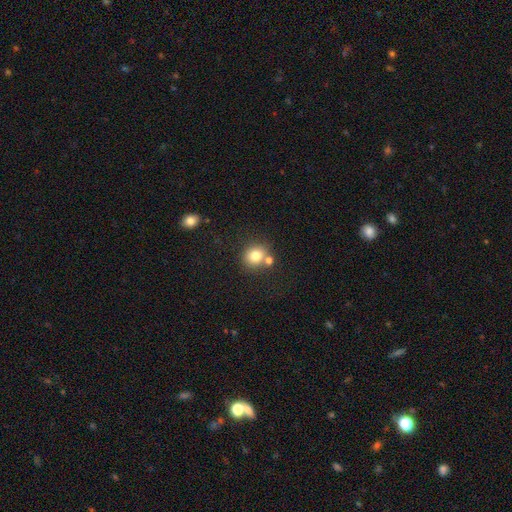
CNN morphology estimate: Smooth or featured?
  - smooth: 80% *
  - star or artifact: 11%
  - featured or disk: 9%
How rounded?
  - round: 80% *
  - in between: 19%
  - cigar-shaped: 1%
Merging?
  - none: 64% *
  - merger: 23%
  - minor disturbance: 10%
  - major disturbance: 3%